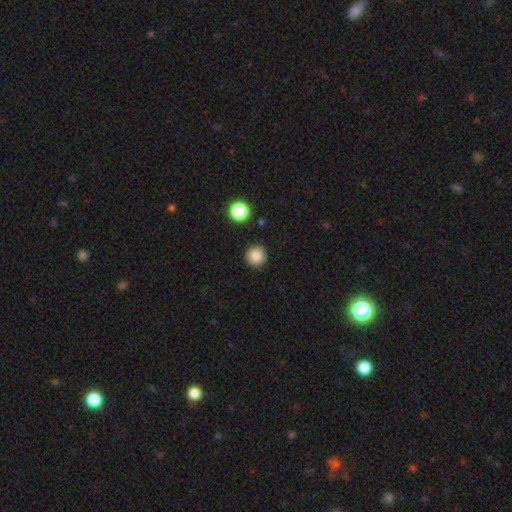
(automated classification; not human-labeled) Smooth or featured?
  - smooth: 85% *
  - star or artifact: 10%
  - featured or disk: 4%
How rounded?
  - round: 95% *
  - in between: 4%
  - cigar-shaped: 1%
Merging?
  - none: 91% *
  - minor disturbance: 6%
  - major disturbance: 2%
  - merger: 2%